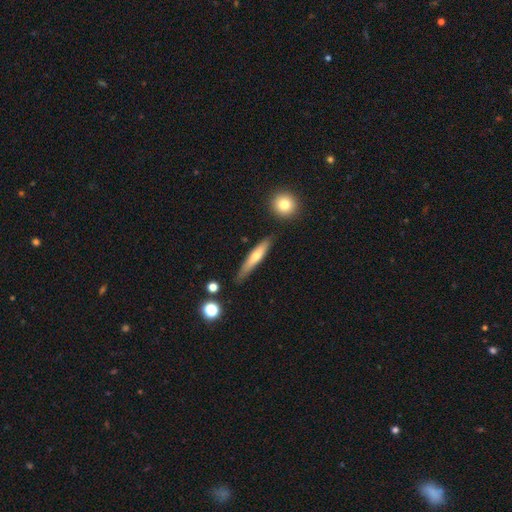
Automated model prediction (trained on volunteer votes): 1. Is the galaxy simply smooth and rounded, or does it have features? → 51% smooth, 42% featured or disk, 6% star or artifact.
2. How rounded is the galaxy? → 86% cigar-shaped, 12% in between, 2% round.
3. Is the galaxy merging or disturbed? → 77% none, 16% minor disturbance, 3% merger, 3% major disturbance.